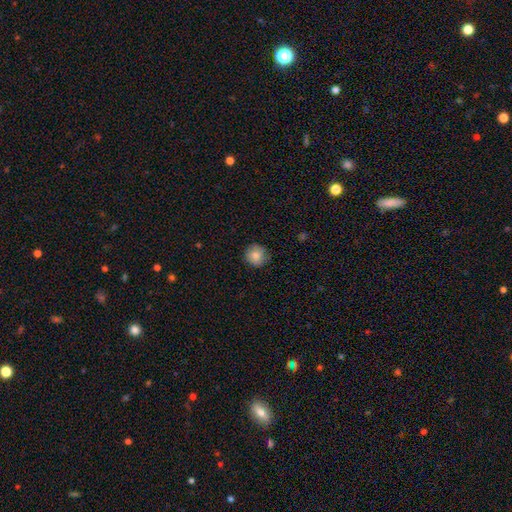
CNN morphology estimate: Q: Smooth or featured?
A: smooth (84%); runner-up: star or artifact (9%)
Q: How rounded?
A: round (91%); runner-up: in between (8%)
Q: Merging?
A: none (83%); runner-up: minor disturbance (13%)